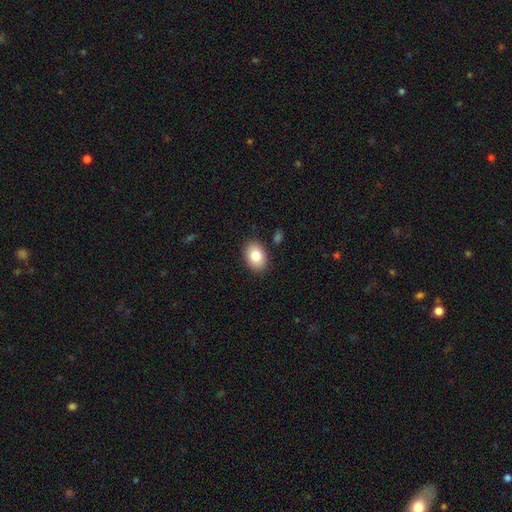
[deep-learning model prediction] A smooth galaxy with no disk features (83%) that is in between round and cigar-shaped (82%).

Vote fractions:
- Smooth or featured? smooth: 83% / featured or disk: 10% / star or artifact: 7%
- How rounded? in between: 82% / round: 17% / cigar-shaped: 1%
- Merging? none: 87% / minor disturbance: 9% / major disturbance: 2% / merger: 2%